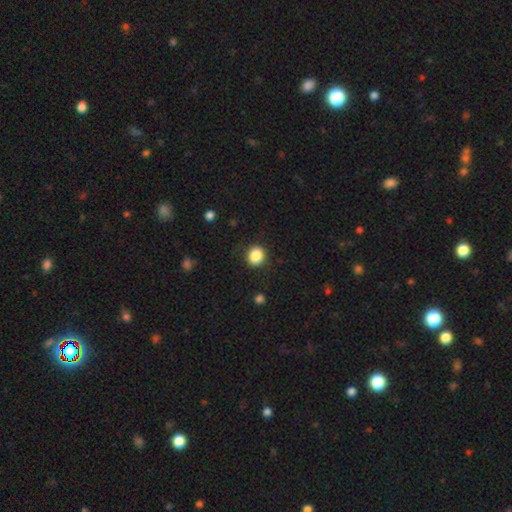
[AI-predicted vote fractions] smooth_or_featured: smooth (p=0.86) [alt: star or artifact p=0.10]
how_rounded: round (p=0.80) [alt: in between p=0.19]
merging: none (p=0.88) [alt: minor disturbance p=0.08]